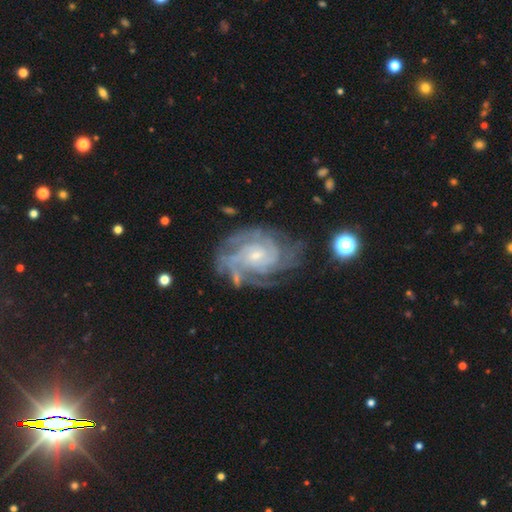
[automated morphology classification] Smooth or featured? Predicted: featured or disk (p=0.89). Edge-on disk? Predicted: no (p=0.97). Bar? Predicted: no (p=0.66). Spiral arms? Predicted: yes (p=0.98). Spiral winding? Predicted: tight (p=0.68). Spiral arm count? Predicted: 4 (p=0.27). Bulge size? Predicted: small (p=0.75). Merging? Predicted: none (p=0.67).